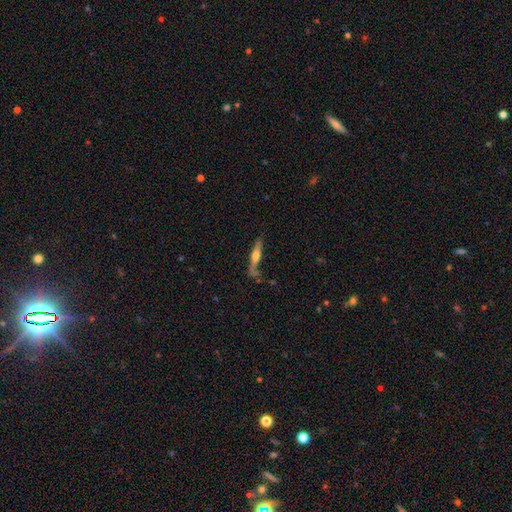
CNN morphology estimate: A featured or disk galaxy (56%) viewed edge-on (90%) with a rounded central bulge (87%). Merging: none (63%).